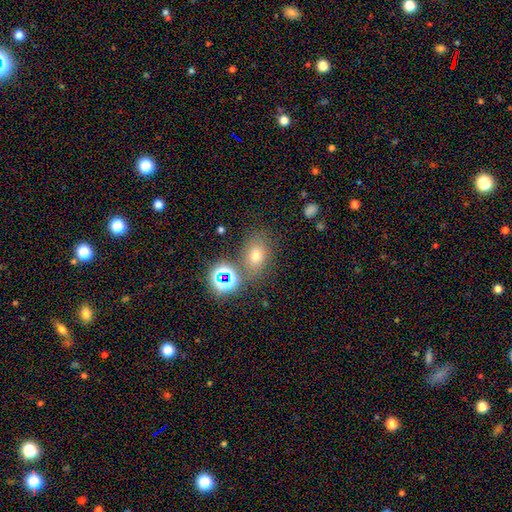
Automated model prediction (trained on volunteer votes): Overall: smooth (63%; star or artifact 24%). How rounded: in between (59%; round 39%). Merging: none (71%).